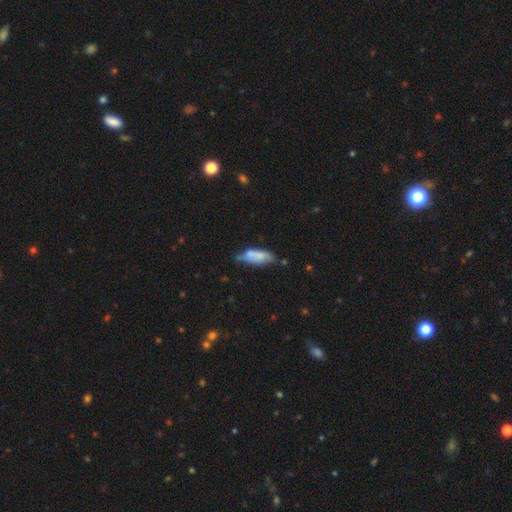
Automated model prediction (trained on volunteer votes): Smooth or featured? smooth (71%)
How rounded? in between (69%)
Merging? none (47%)